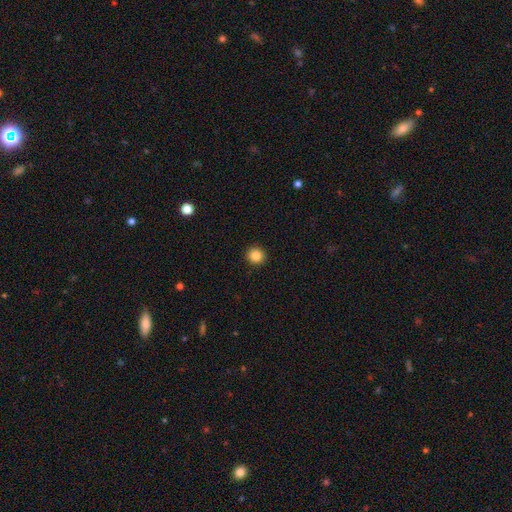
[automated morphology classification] This appears to be a smooth galaxy with no disk features (86%) that is round (92%). Merging: none (93%).